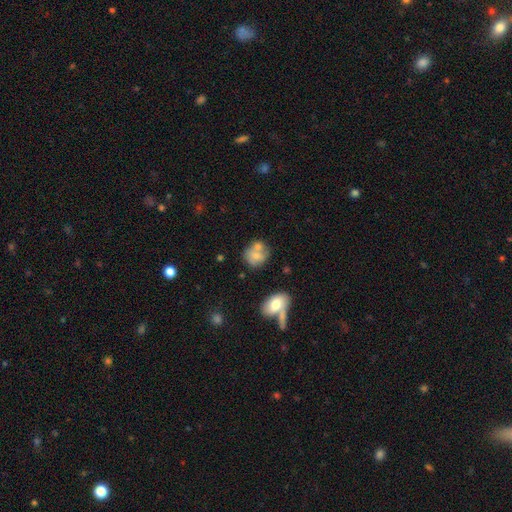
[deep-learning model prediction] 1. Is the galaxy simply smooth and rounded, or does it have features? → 69% smooth, 21% featured or disk, 9% star or artifact.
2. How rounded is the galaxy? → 61% round, 38% in between, 2% cigar-shaped.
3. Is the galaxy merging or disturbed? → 44% none, 34% merger, 16% minor disturbance, 6% major disturbance.